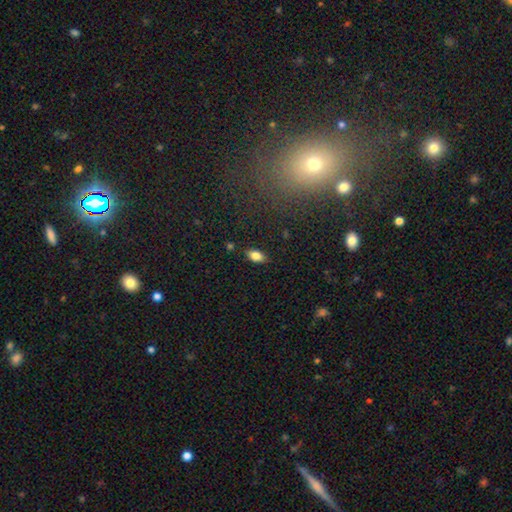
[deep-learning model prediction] smooth 81%, featured or disk 10%, star or artifact 9%. Down the decision tree: how rounded — in between (90%); merging — none (86%).